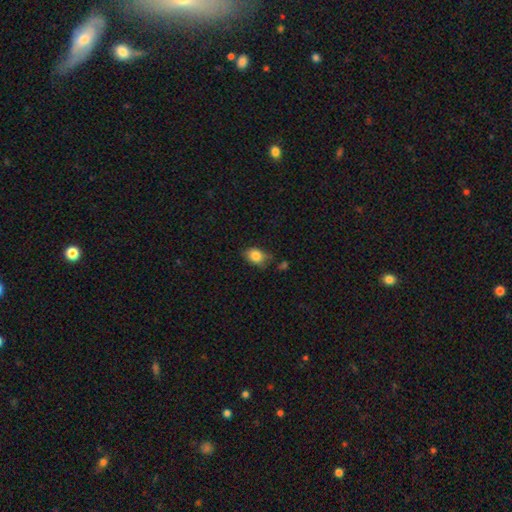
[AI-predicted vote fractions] smooth 83%, star or artifact 9%, featured or disk 8%. Down the decision tree: how rounded — in between (72%); merging — none (61%).